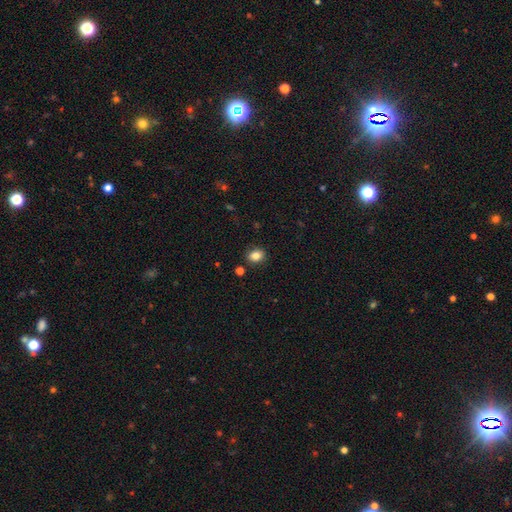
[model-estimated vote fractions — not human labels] smooth-or-featured: smooth: 83% | star or artifact: 11% | featured or disk: 6%
  how-rounded: round: 53% | in between: 46% | cigar-shaped: 1%
  merging: none: 87% | minor disturbance: 8% | merger: 2% | major disturbance: 2%